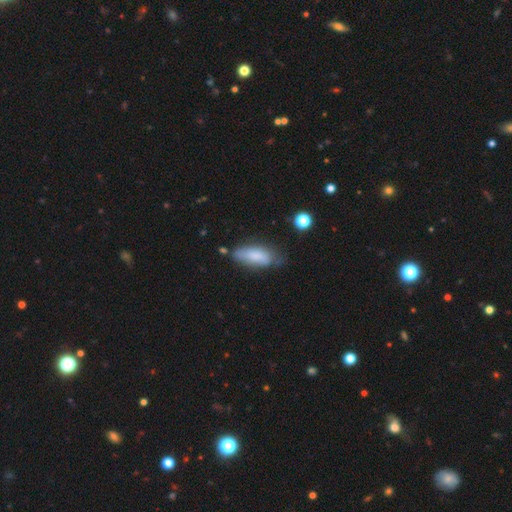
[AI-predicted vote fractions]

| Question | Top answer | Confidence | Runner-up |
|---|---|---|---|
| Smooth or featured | smooth | 78% | featured or disk (14%) |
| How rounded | in between | 75% | cigar-shaped (23%) |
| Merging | none | 53% | minor disturbance (33%) |